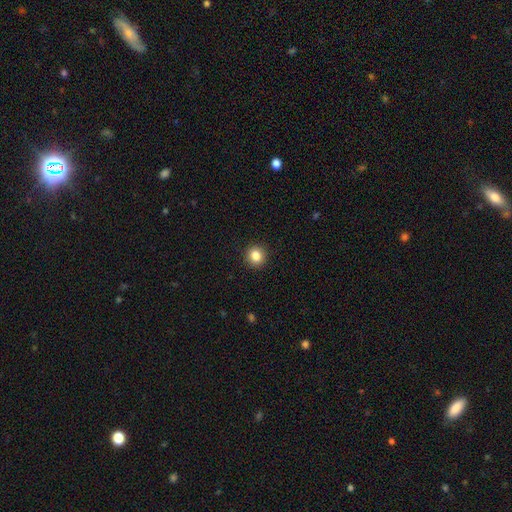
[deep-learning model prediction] This appears to be a smooth galaxy with no disk features (84%) that is round (90%). Merging: none (92%).